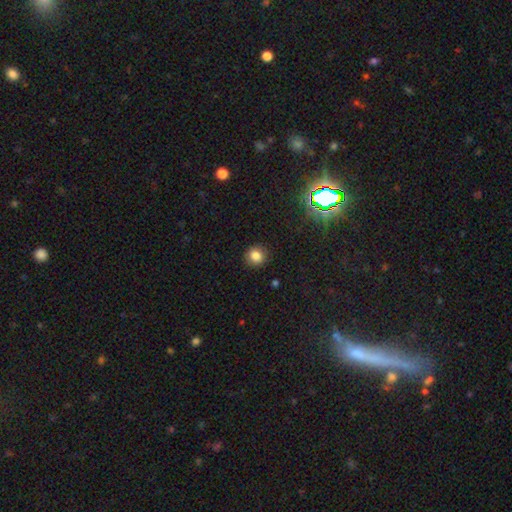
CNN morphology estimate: Smooth or featured: smooth — 82% (star or artifact — 12%)
How rounded: round — 89% (in between — 10%)
Merging: none — 90% (minor disturbance — 7%)